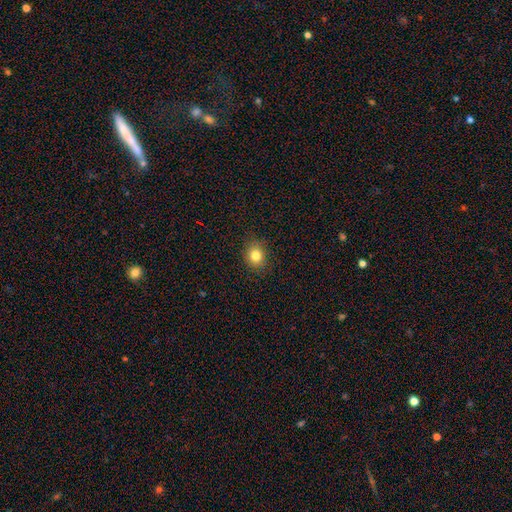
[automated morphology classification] This is clearly a smooth galaxy (82%). How rounded: likely round (67%). Merging: clearly none (88%).